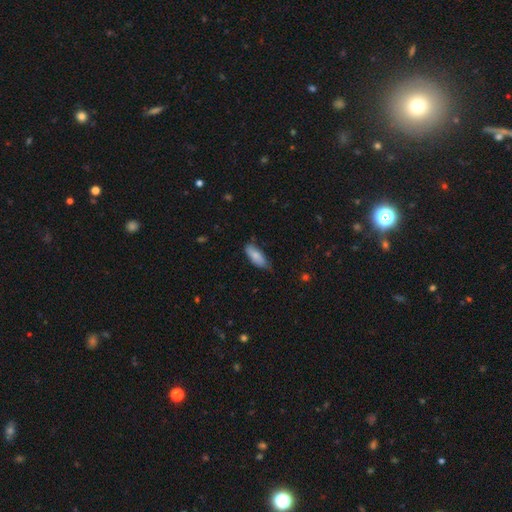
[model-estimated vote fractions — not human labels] smooth-or-featured: smooth: 81% | featured or disk: 13% | star or artifact: 6%
  how-rounded: in between: 74% | cigar-shaped: 25% | round: 2%
  merging: none: 62% | minor disturbance: 31% | major disturbance: 5% | merger: 2%